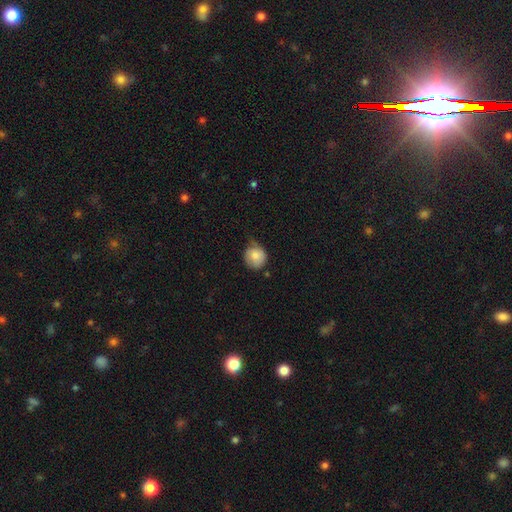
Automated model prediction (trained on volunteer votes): smooth_or_featured: smooth (p=0.79) [alt: featured or disk p=0.14]
how_rounded: round (p=0.86) [alt: in between p=0.13]
merging: none (p=0.47) [alt: minor disturbance p=0.41]